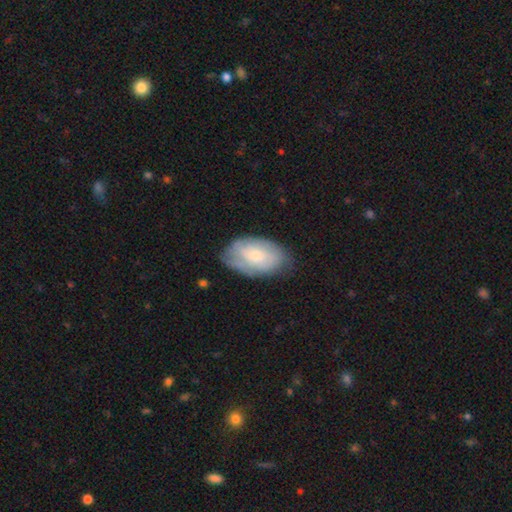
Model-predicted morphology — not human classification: featured or disk 48%, smooth 46%, star or artifact 6%. Down the decision tree: merging — none (66%).